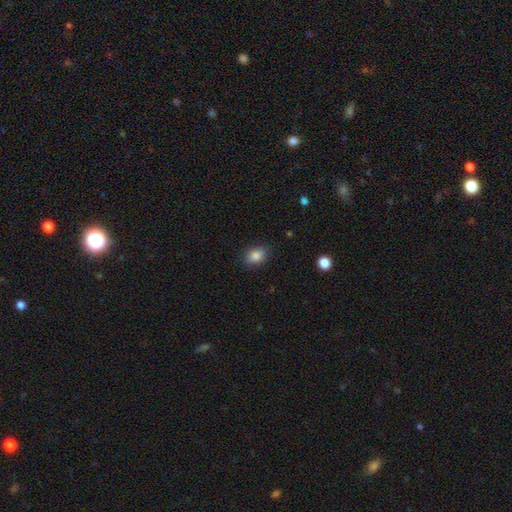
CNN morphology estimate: Smooth or featured: smooth — 85% (star or artifact — 9%)
How rounded: in between — 72% (round — 26%)
Merging: none — 84% (minor disturbance — 12%)